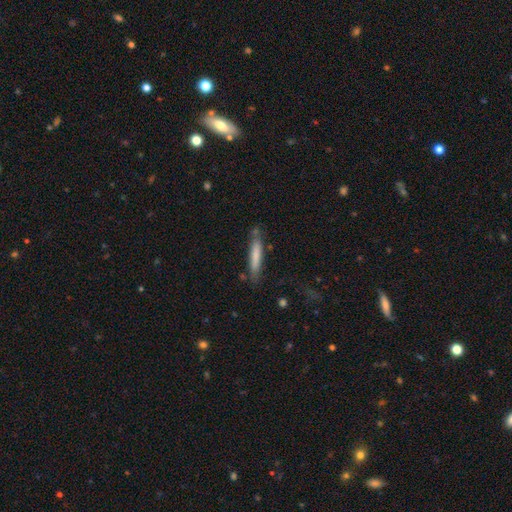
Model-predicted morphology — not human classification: smooth_or_featured: smooth (p=0.75) [alt: featured or disk p=0.19]
how_rounded: cigar-shaped (p=0.90) [alt: in between p=0.09]
merging: none (p=0.75) [alt: minor disturbance p=0.17]